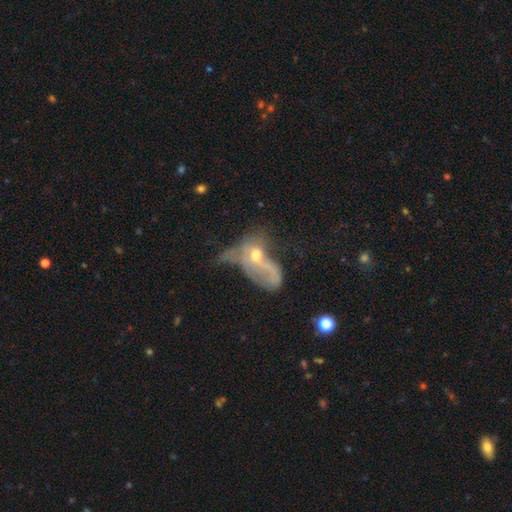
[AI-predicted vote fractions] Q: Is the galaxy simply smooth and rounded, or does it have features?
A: featured or disk — 52%.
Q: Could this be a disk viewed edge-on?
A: no — 89%.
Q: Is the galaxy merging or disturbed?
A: major disturbance — 48%.